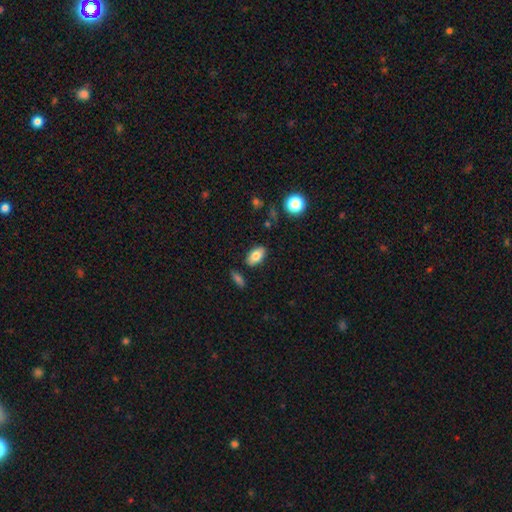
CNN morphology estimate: type=smooth (80%); roundness=in between (92%); merging=none (85%).